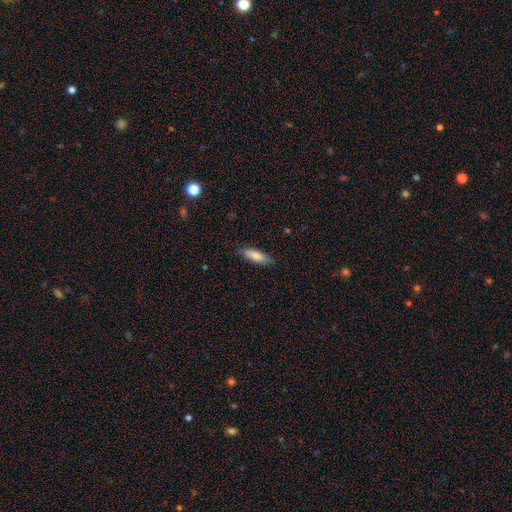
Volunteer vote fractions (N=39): smooth 87%, featured or disk 10%, star or artifact 3%. Down the decision tree: how rounded — in between (50%, tied with cigar-shaped); merging — none (89%).